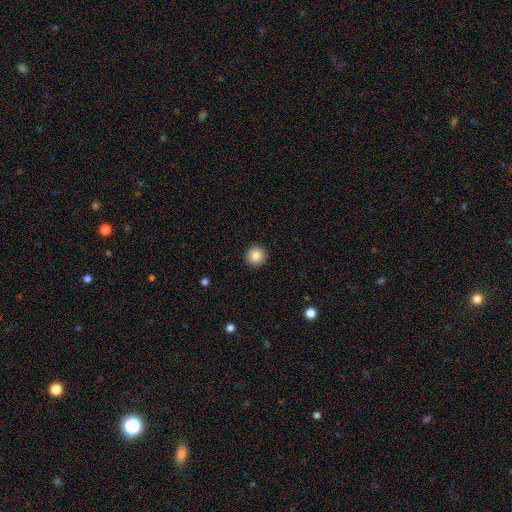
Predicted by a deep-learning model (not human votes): smooth-or-featured: smooth: 86% | star or artifact: 9% | featured or disk: 5%
  how-rounded: round: 95% | in between: 4% | cigar-shaped: 1%
  merging: none: 92% | minor disturbance: 5% | major disturbance: 2% | merger: 1%